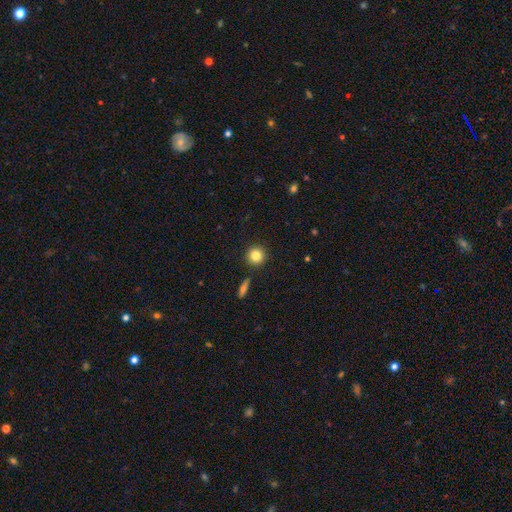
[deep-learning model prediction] smooth 84%, star or artifact 10%, featured or disk 6%. Down the decision tree: how rounded — round (94%); merging — none (89%).